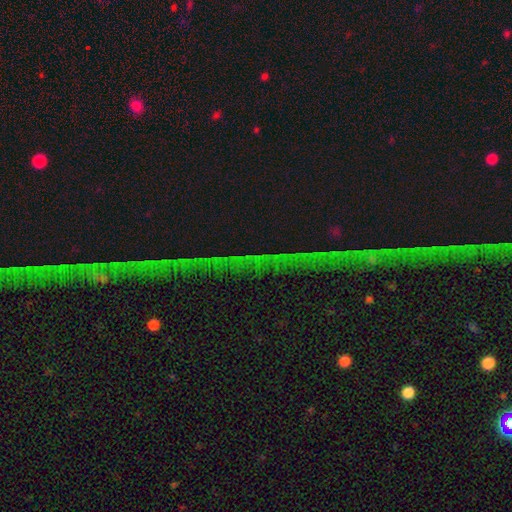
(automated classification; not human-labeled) Smooth or featured: star or artifact — 77% (featured or disk — 13%)